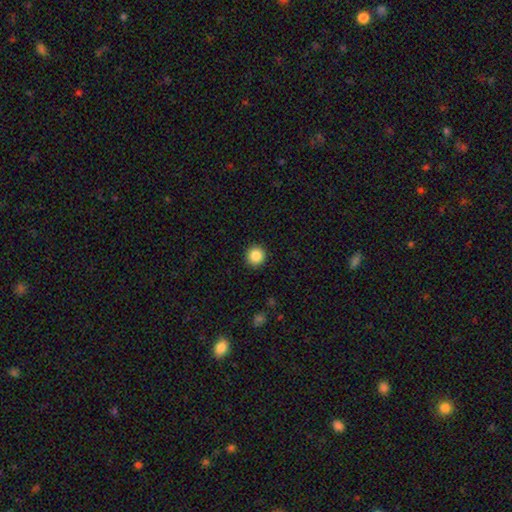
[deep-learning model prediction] Q: Smooth or featured?
A: smooth (87%); runner-up: star or artifact (9%)
Q: How rounded?
A: round (95%); runner-up: in between (4%)
Q: Merging?
A: none (93%); runner-up: minor disturbance (5%)